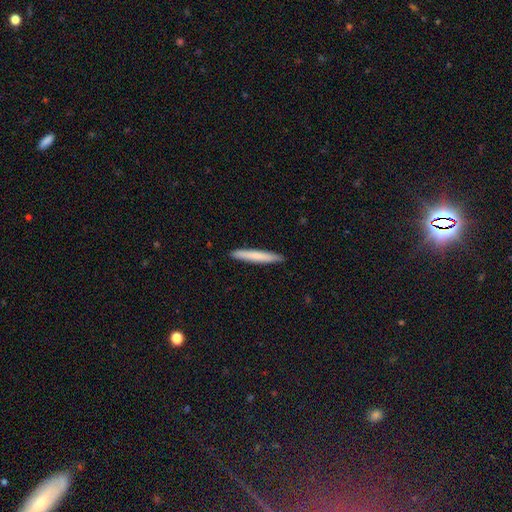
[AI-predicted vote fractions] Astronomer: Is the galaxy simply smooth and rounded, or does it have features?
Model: smooth — 74%.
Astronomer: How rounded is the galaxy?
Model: cigar-shaped — 96%.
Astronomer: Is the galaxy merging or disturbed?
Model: none — 92%.